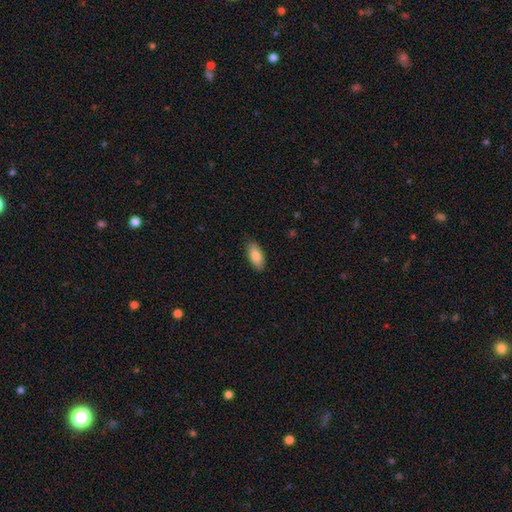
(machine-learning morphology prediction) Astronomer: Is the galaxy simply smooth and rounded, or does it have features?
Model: smooth — 85%.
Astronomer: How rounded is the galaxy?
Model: in between — 90%.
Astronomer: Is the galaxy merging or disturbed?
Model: none — 87%.